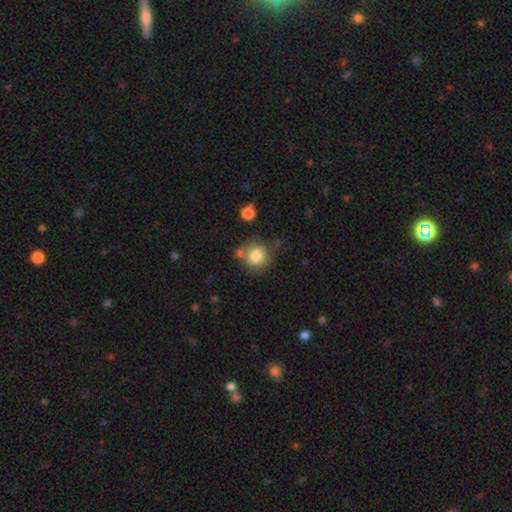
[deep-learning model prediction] This is clearly a smooth galaxy (80%). How rounded: clearly round (84%). Merging: likely none (62%).